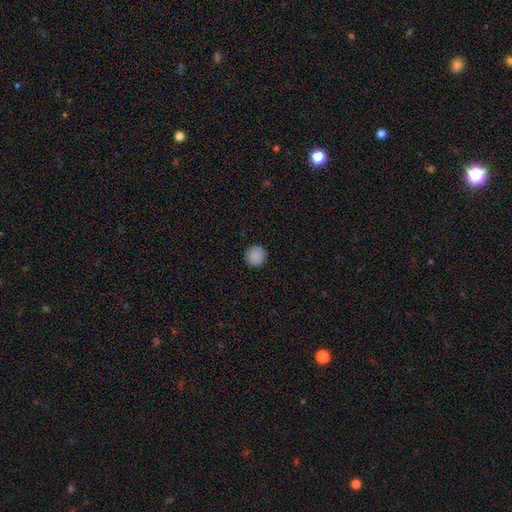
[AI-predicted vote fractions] The model was most divided on "smooth or featured": smooth: 89%, star or artifact: 8%, featured or disk: 3%. More confident: how rounded — round (95%); merging — none (92%).